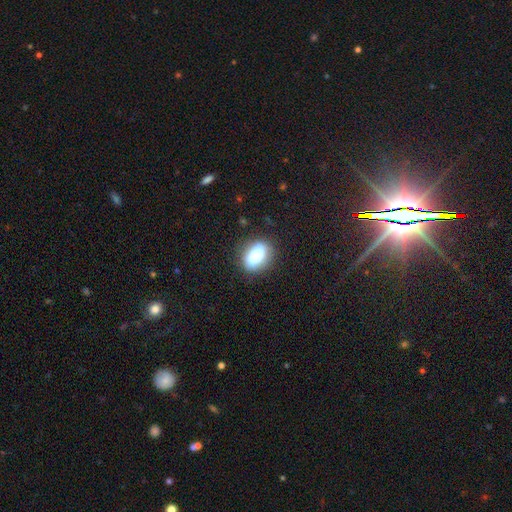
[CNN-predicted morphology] Q: Smooth or featured?
A: smooth (76%); runner-up: featured or disk (16%)
Q: How rounded?
A: in between (77%); runner-up: round (19%)
Q: Merging?
A: none (81%); runner-up: minor disturbance (13%)